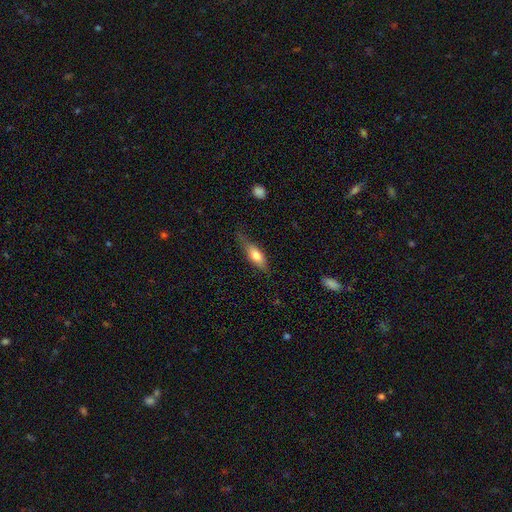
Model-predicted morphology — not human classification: A smooth galaxy with no disk features (69%) that is in between round and cigar-shaped (58%).

Vote fractions:
- Smooth or featured? smooth: 69% / featured or disk: 25% / star or artifact: 6%
- How rounded? in between: 58% / cigar-shaped: 40% / round: 3%
- Merging? none: 60% / minor disturbance: 30% / major disturbance: 9% / merger: 2%